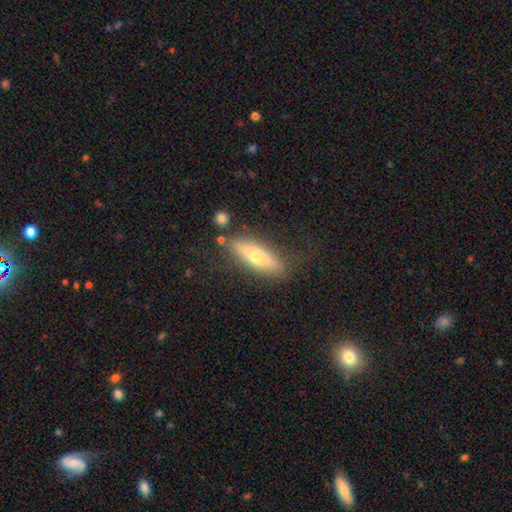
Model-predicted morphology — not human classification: A smooth galaxy with no disk features (52%) that is cigar-shaped (56%). Merging: none (76%).